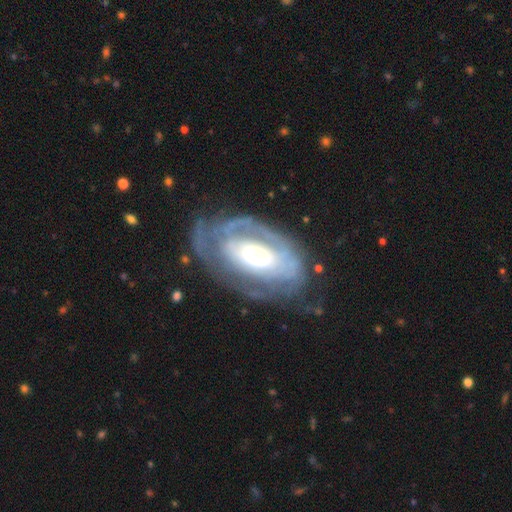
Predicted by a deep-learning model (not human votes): Smooth or featured: featured or disk — 80% (smooth — 15%)
Edge-on disk: no — 93% (yes — 7%)
Bar: no — 57% (weak — 26%)
Spiral arms: yes — 73% (no — 27%)
Spiral winding: tight — 67% (medium — 23%)
Spiral arm count: can't tell — 47% (2 — 28%)
Bulge size: moderate — 54% (large — 22%)
Merging: none — 65% (minor disturbance — 20%)